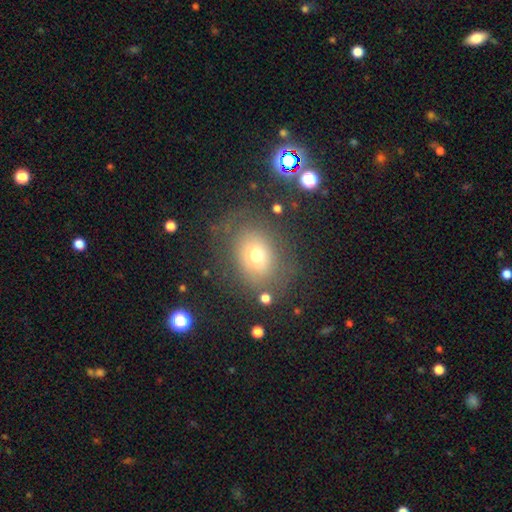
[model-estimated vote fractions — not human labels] Smooth or featured?
  - smooth: 64% *
  - featured or disk: 20%
  - star or artifact: 16%
How rounded?
  - in between: 52% *
  - round: 47%
  - cigar-shaped: 1%
Merging?
  - none: 70% *
  - minor disturbance: 16%
  - major disturbance: 11%
  - merger: 3%